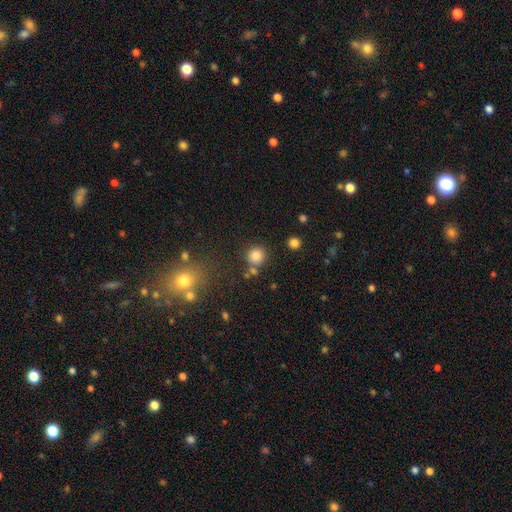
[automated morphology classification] smooth 83%, star or artifact 12%, featured or disk 5%. Down the decision tree: how rounded — round (90%); merging — none (77%).